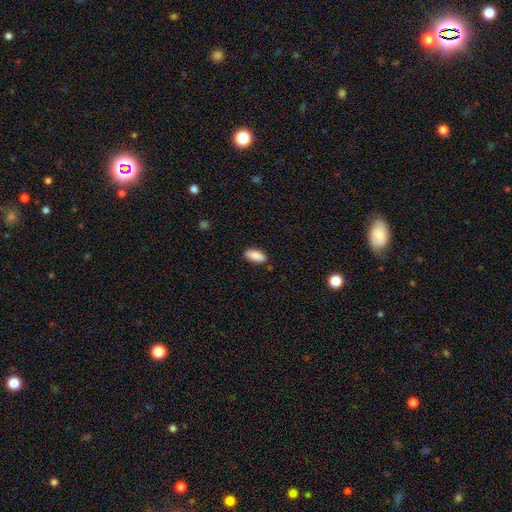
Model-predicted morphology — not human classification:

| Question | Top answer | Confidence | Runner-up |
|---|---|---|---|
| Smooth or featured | smooth | 89% | star or artifact (7%) |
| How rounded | in between | 90% | cigar-shaped (8%) |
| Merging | none | 86% | minor disturbance (11%) |